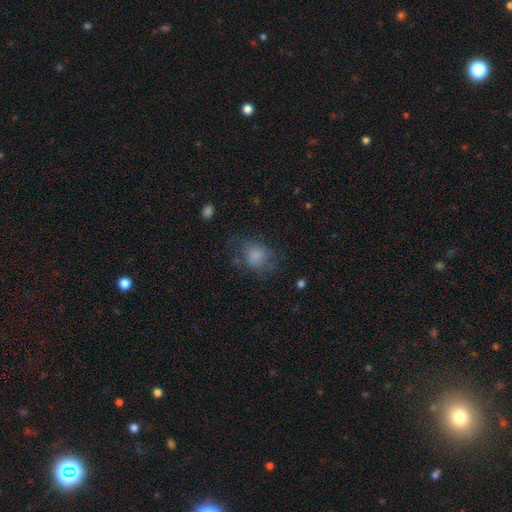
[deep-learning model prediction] Smooth or featured?
  - smooth: 77% *
  - featured or disk: 12%
  - star or artifact: 11%
How rounded?
  - round: 63% *
  - in between: 36%
  - cigar-shaped: 1%
Merging?
  - none: 54% *
  - minor disturbance: 24%
  - major disturbance: 20%
  - merger: 2%